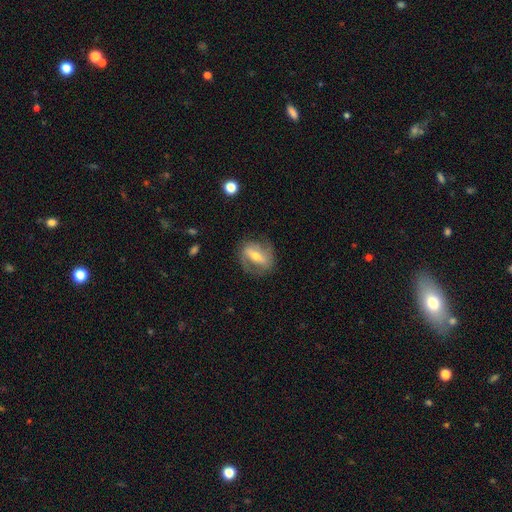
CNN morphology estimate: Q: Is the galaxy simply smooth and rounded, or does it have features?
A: featured or disk — 65%.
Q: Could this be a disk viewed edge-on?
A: no — 88%.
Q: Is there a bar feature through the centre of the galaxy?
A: strong — 56%.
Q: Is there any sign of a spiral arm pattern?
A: yes — 66%.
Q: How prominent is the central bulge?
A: moderate — 56%.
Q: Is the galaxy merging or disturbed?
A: none — 73%.